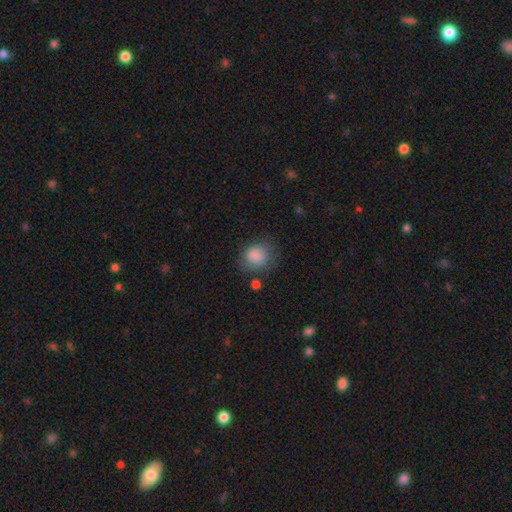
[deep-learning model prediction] A smooth galaxy with no disk features (85%) that is round (69%).

Vote fractions:
- Smooth or featured? smooth: 85% / star or artifact: 9% / featured or disk: 7%
- How rounded? round: 69% / in between: 30% / cigar-shaped: 1%
- Merging? none: 68% / minor disturbance: 21% / major disturbance: 8% / merger: 3%